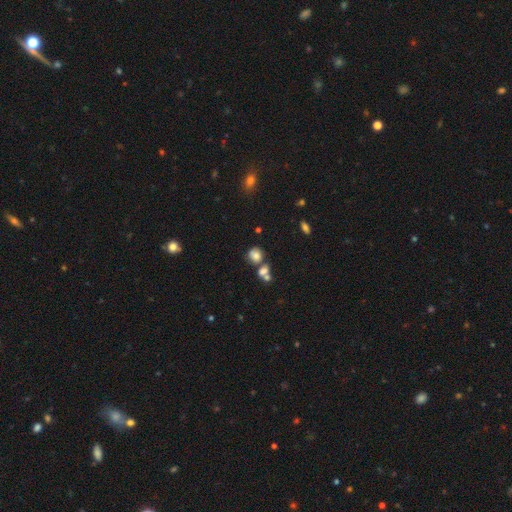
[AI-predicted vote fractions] Q: Smooth or featured?
A: smooth (73%); runner-up: featured or disk (14%)
Q: How rounded?
A: round (74%); runner-up: in between (24%)
Q: Merging?
A: none (49%); runner-up: merger (31%)